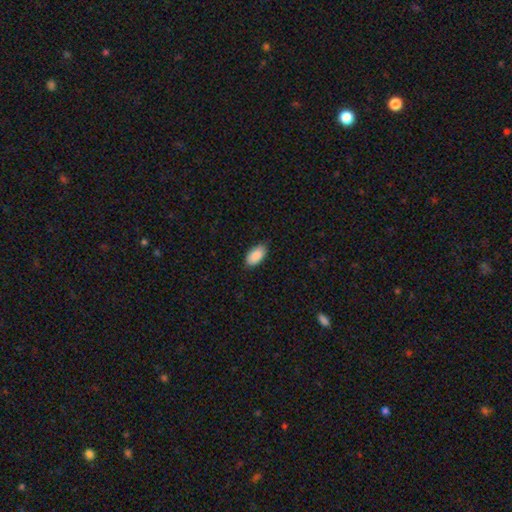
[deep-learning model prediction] smooth_or_featured: smooth (p=0.90) [alt: star or artifact p=0.06]
how_rounded: in between (p=0.95) [alt: round p=0.03]
merging: none (p=0.85) [alt: minor disturbance p=0.12]